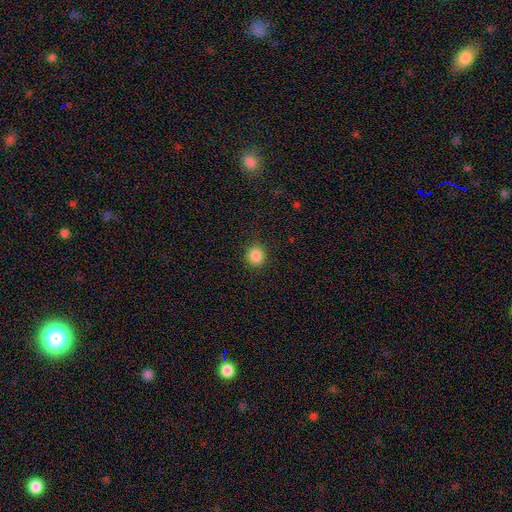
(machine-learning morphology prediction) Smooth or featured?
  - smooth: 86% *
  - star or artifact: 11%
  - featured or disk: 3%
How rounded?
  - round: 92% *
  - in between: 7%
  - cigar-shaped: 1%
Merging?
  - none: 91% *
  - minor disturbance: 6%
  - major disturbance: 2%
  - merger: 1%